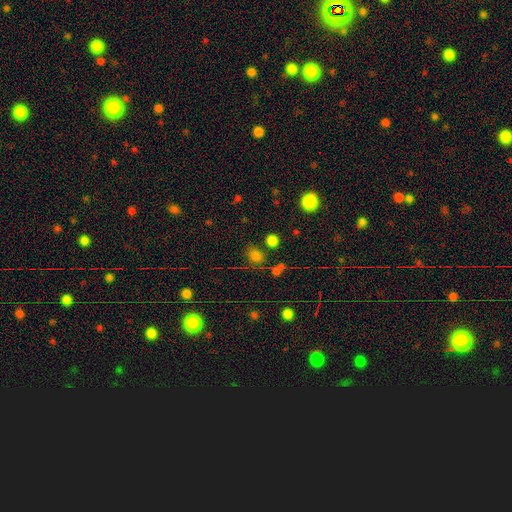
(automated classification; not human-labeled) Q: Smooth or featured?
A: smooth (74%); runner-up: star or artifact (20%)
Q: How rounded?
A: round (62%); runner-up: in between (36%)
Q: Merging?
A: none (71%); runner-up: minor disturbance (14%)